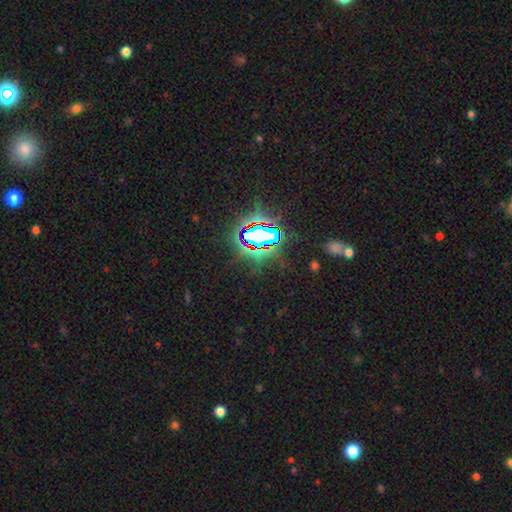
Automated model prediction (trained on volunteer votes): Smooth or featured? Predicted: star or artifact (p=0.84).